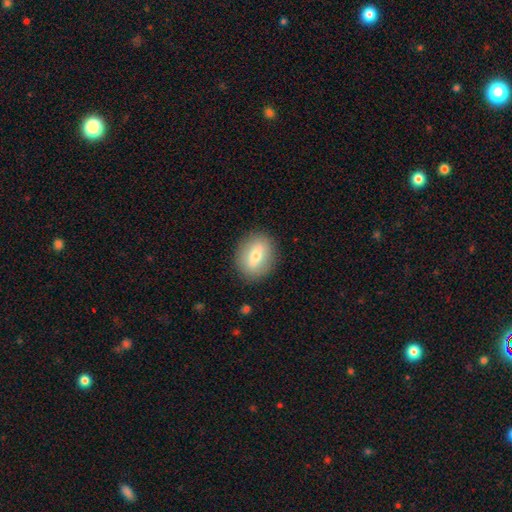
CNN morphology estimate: The model was most divided on "how rounded": in between: 61%, round: 37%, cigar-shaped: 2%. More confident: merging — none (86%); smooth or featured — smooth (64%).